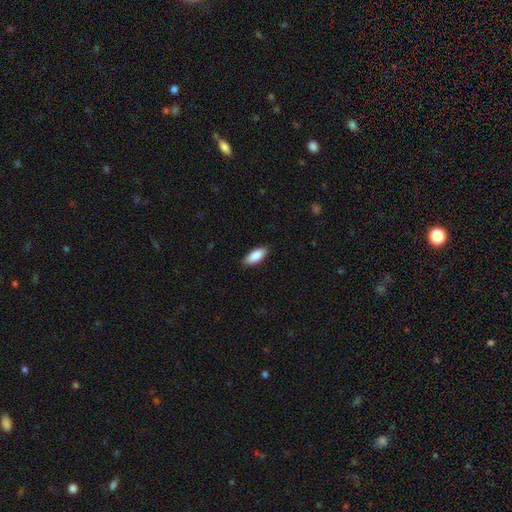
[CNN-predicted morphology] Smooth or featured: smooth — 88% (featured or disk — 6%)
How rounded: in between — 82% (cigar-shaped — 16%)
Merging: none — 87% (minor disturbance — 10%)